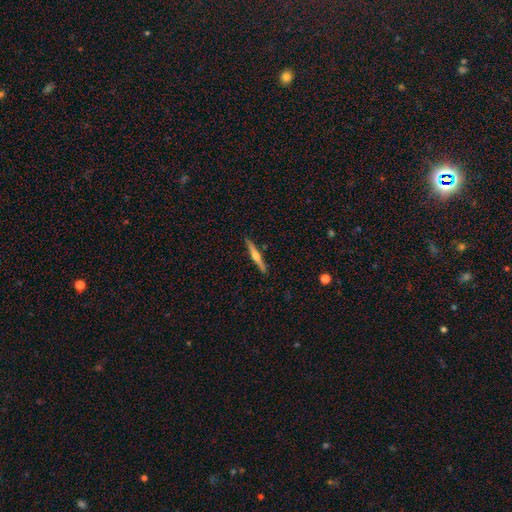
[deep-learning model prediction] Smooth or featured?
  - featured or disk: 64% *
  - smooth: 30%
  - star or artifact: 6%
Edge-on disk?
  - yes: 98% *
  - no: 2%
Edge-on bulge?
  - rounded: 85% *
  - none: 8%
  - boxy: 6%
Merging?
  - none: 90% *
  - minor disturbance: 7%
  - major disturbance: 2%
  - merger: 1%